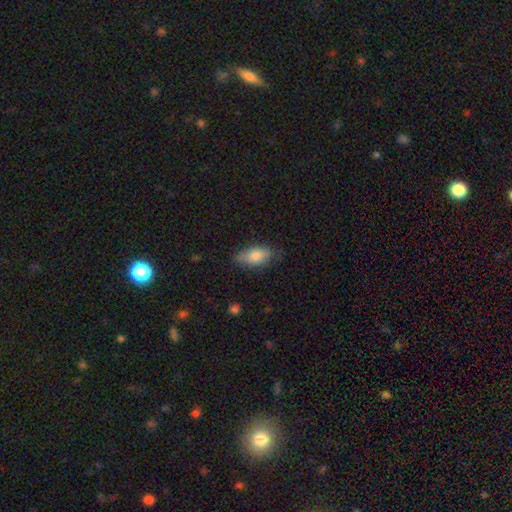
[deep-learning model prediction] Smooth or featured? Predicted: smooth (p=0.80). How rounded? Predicted: in between (p=0.89). Merging? Predicted: none (p=0.70).